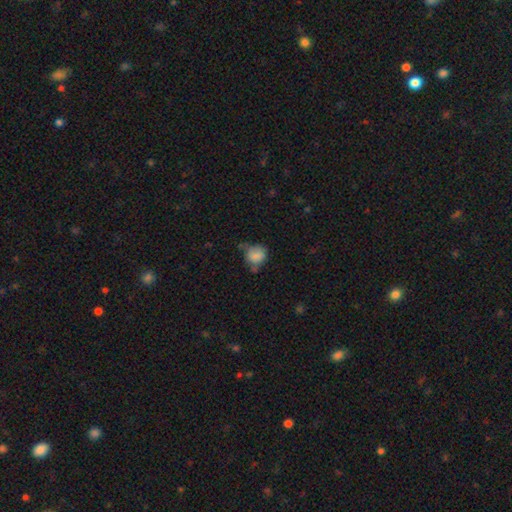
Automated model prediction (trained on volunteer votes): smooth-or-featured: smooth: 78% | featured or disk: 12% | star or artifact: 9%
  how-rounded: round: 69% | in between: 30% | cigar-shaped: 1%
  merging: none: 42% | minor disturbance: 36% | major disturbance: 13% | merger: 9%